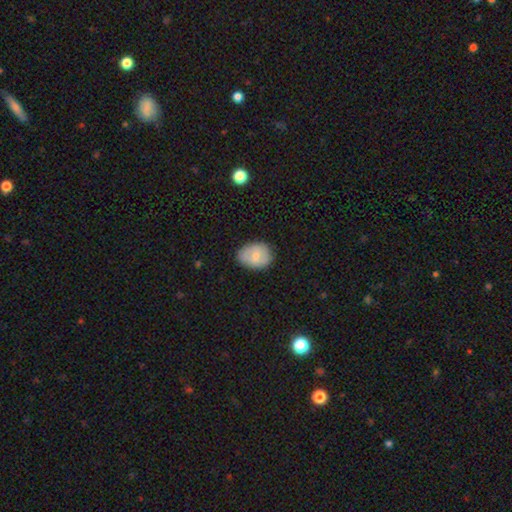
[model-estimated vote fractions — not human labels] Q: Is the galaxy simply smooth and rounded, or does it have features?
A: smooth — 71%.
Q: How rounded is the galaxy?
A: in between — 71%.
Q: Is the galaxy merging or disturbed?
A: none — 77%.